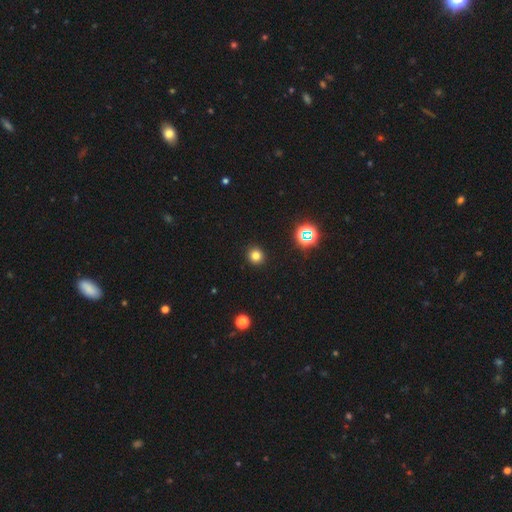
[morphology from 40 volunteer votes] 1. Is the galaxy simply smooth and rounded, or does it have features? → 85% smooth, 12% star or artifact, 2% featured or disk.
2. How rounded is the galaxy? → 97% round, 3% in between, 0% cigar-shaped.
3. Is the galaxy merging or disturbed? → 91% none, 9% minor disturbance, 0% major disturbance, 0% merger.